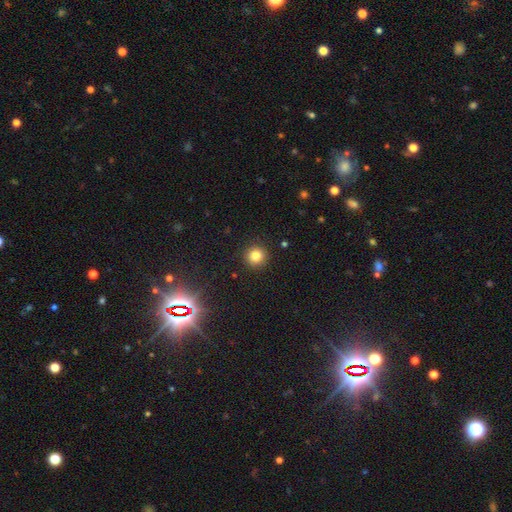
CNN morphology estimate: Q: Smooth or featured?
A: smooth (81%); runner-up: star or artifact (13%)
Q: How rounded?
A: round (94%); runner-up: in between (5%)
Q: Merging?
A: none (92%); runner-up: minor disturbance (5%)